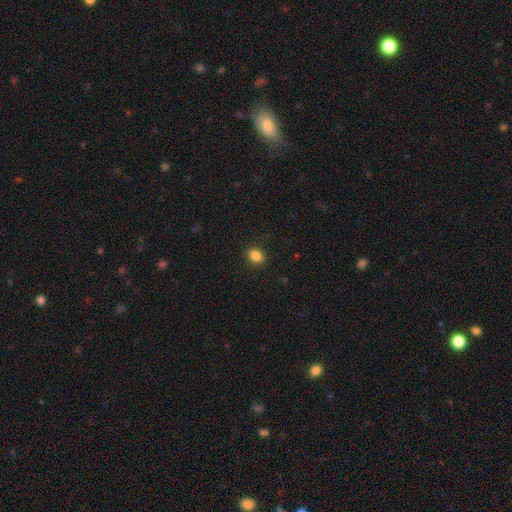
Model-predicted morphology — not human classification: Smooth or featured: smooth — 85% (star or artifact — 11%)
How rounded: round — 68% (in between — 31%)
Merging: none — 90% (minor disturbance — 7%)